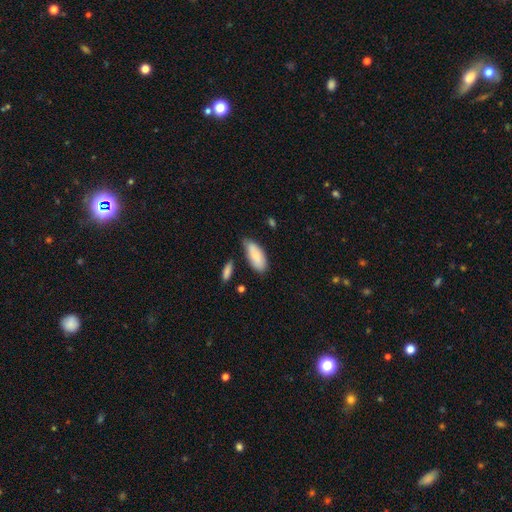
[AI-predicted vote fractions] smooth 82%, featured or disk 12%, star or artifact 6%. Down the decision tree: how rounded — in between (86%); merging — none (60%).